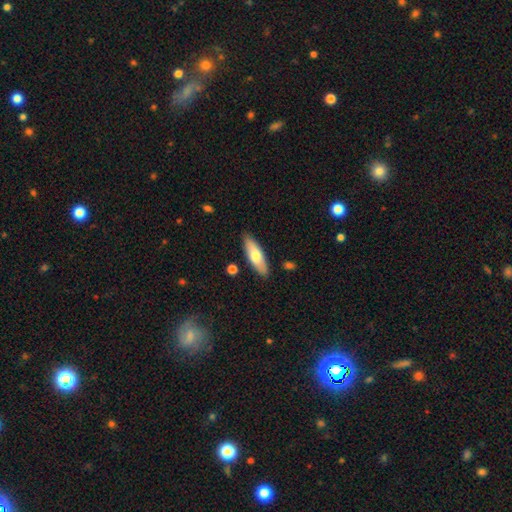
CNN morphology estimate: Smooth or featured: smooth — 67% (featured or disk — 28%)
How rounded: in between — 56% (cigar-shaped — 42%)
Merging: none — 87% (minor disturbance — 10%)